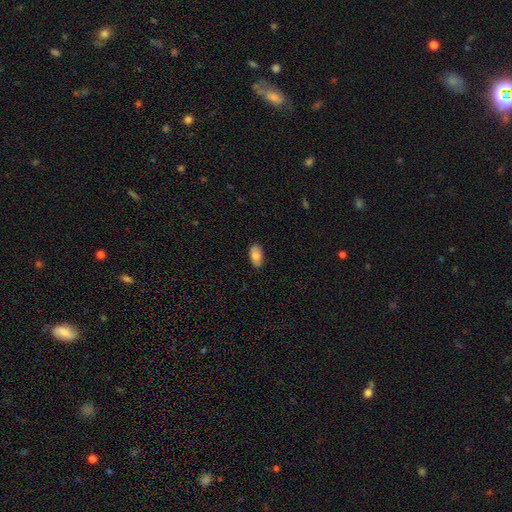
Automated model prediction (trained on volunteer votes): Smooth or featured? smooth (78%)
How rounded? in between (94%)
Merging? none (86%)